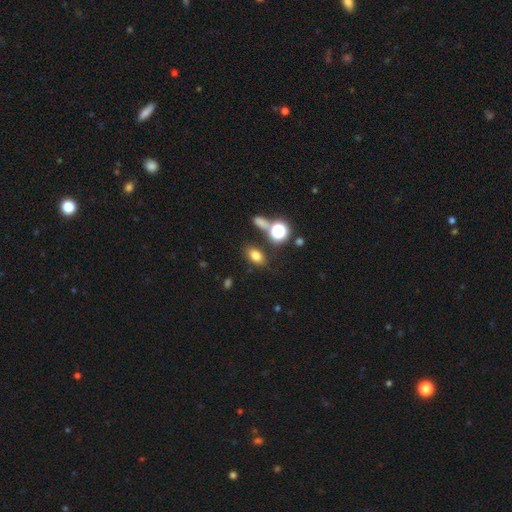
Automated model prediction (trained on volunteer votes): A smooth galaxy with no disk features (75%) that is in between round and cigar-shaped (79%).

Vote fractions:
- Smooth or featured? smooth: 75% / star or artifact: 17% / featured or disk: 9%
- How rounded? in between: 79% / round: 18% / cigar-shaped: 3%
- Merging? none: 76% / minor disturbance: 11% / merger: 8% / major disturbance: 4%